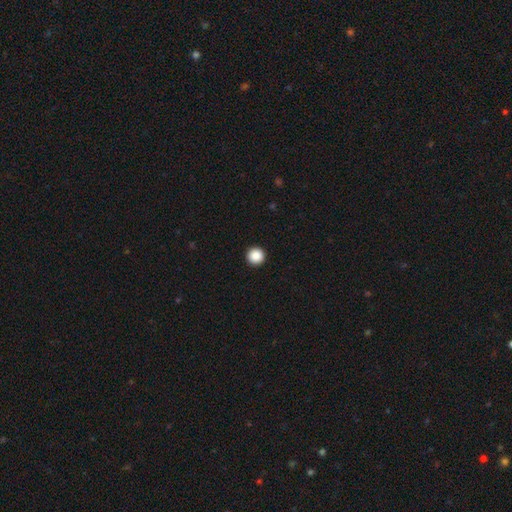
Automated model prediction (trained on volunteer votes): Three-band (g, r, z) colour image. It shows a smooth galaxy with no disk features (88%) that is round (97%). Merging: none (94%).